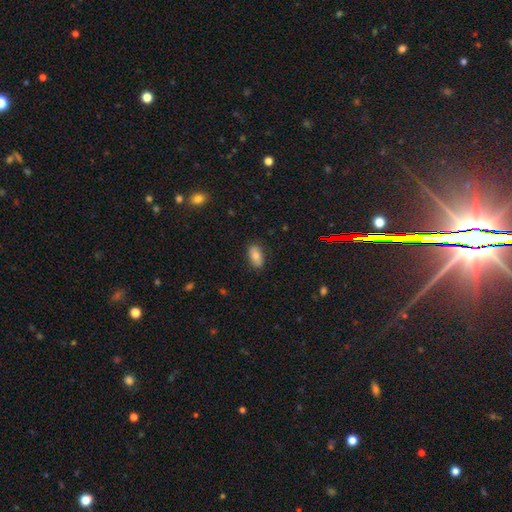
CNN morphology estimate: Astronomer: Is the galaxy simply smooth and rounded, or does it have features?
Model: smooth — 76%.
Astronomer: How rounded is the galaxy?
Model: in between — 91%.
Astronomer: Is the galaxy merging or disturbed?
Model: none — 84%.